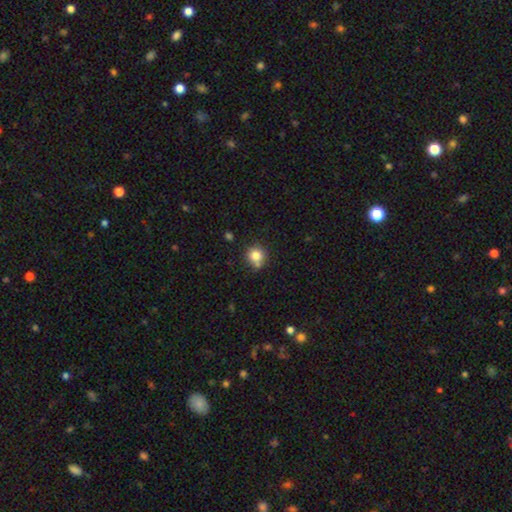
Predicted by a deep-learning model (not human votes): smooth 81%, star or artifact 11%, featured or disk 8%. Down the decision tree: how rounded — round (88%); merging — none (69%).